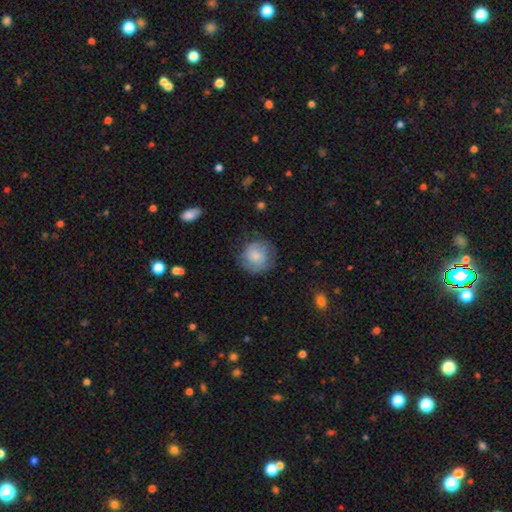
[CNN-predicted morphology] This appears to be a smooth galaxy with no disk features (70%) that is round (88%). Merging: none (65%).